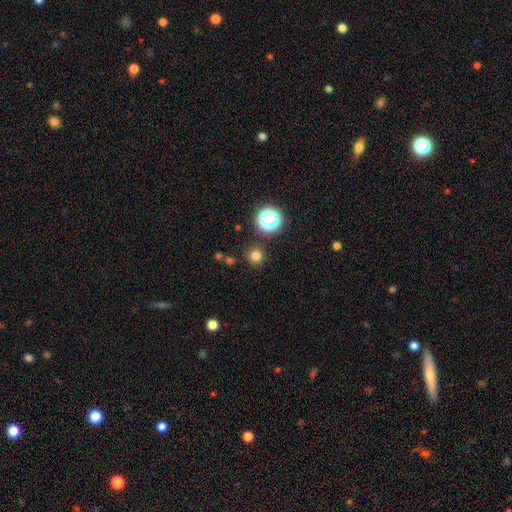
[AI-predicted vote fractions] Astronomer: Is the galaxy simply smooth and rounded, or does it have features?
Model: smooth — 75%.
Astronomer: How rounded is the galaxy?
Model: round — 93%.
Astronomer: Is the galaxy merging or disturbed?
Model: none — 87%.